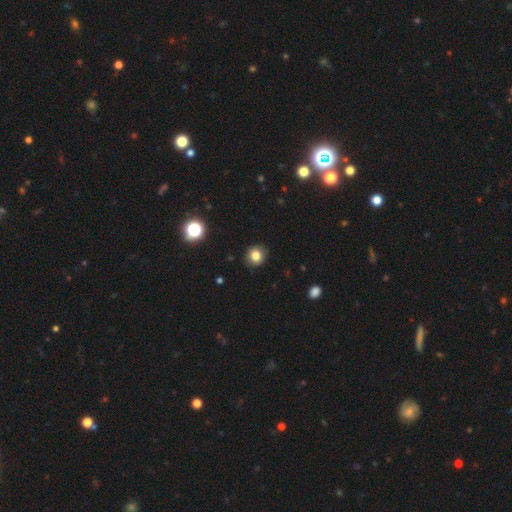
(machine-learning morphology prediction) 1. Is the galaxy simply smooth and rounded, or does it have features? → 82% smooth, 12% star or artifact, 6% featured or disk.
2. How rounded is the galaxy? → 84% round, 15% in between, 1% cigar-shaped.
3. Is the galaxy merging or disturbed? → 88% none, 9% minor disturbance, 2% major disturbance, 1% merger.